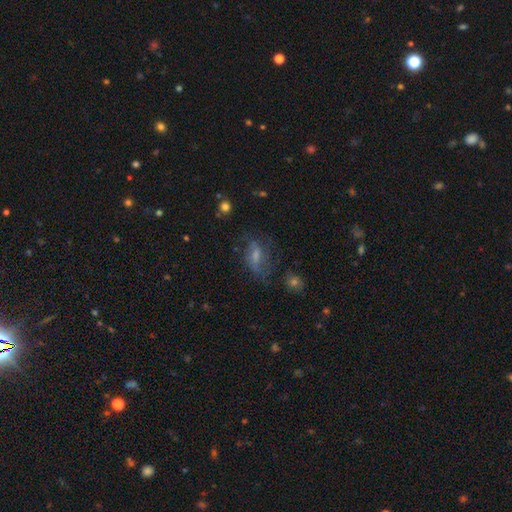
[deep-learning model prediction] Overall: featured or disk (43%; smooth 41%). Merging: none (51%; minor disturbance 24%).